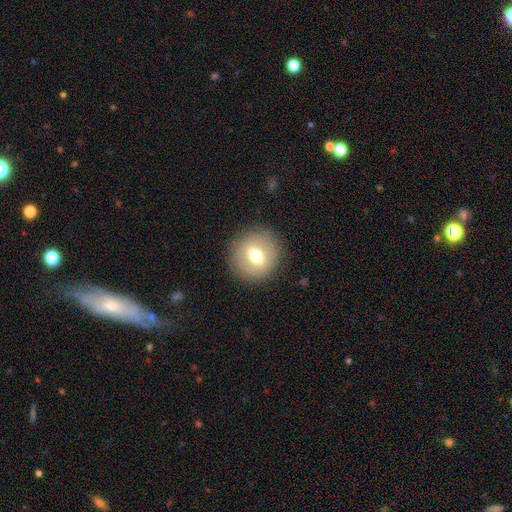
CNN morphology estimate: type=smooth (58%); roundness=round (87%); merging=none (87%).